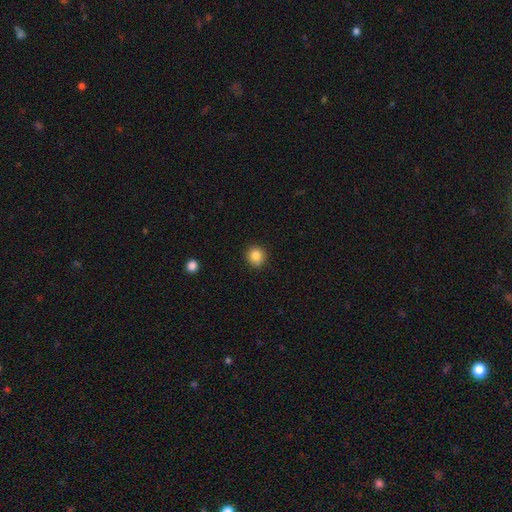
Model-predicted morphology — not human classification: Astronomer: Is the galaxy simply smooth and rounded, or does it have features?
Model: smooth — 85%.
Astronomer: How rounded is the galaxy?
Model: round — 91%.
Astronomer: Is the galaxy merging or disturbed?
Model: none — 90%.